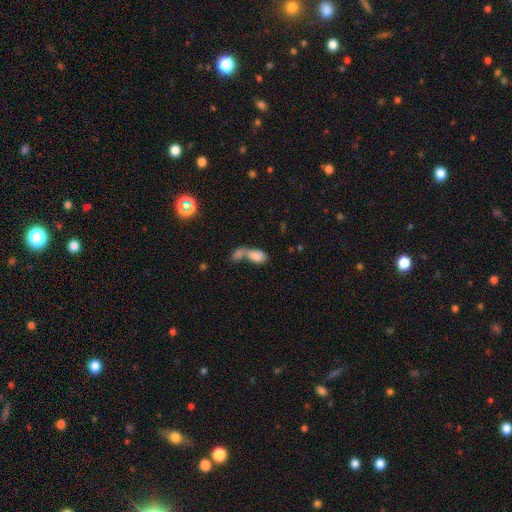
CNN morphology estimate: A smooth galaxy with no disk features (82%) that is in between round and cigar-shaped (90%).

Vote fractions:
- Smooth or featured? smooth: 82% / featured or disk: 10% / star or artifact: 8%
- How rounded? in between: 90% / round: 7% / cigar-shaped: 3%
- Merging? merger: 72% / none: 17% / minor disturbance: 6% / major disturbance: 5%